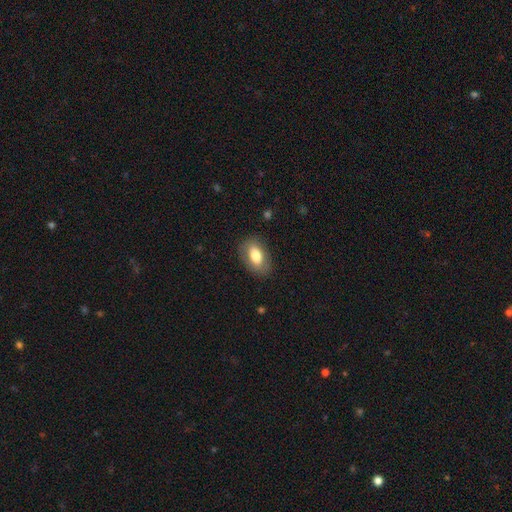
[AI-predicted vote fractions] This appears to be a smooth galaxy with no disk features (75%) that is in between round and cigar-shaped (89%). Merging: none (83%).